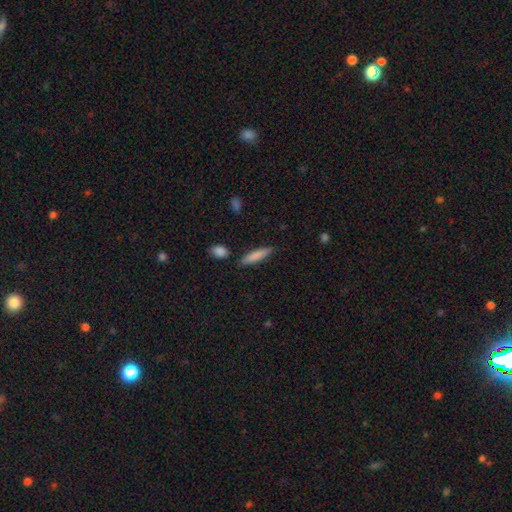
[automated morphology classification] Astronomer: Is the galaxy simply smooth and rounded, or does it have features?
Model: smooth — 81%.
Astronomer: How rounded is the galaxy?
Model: cigar-shaped — 78%.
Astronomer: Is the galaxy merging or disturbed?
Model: none — 82%.